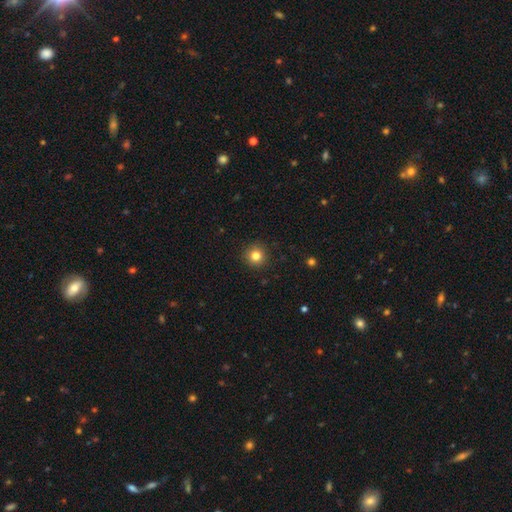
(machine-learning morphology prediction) smooth-or-featured: smooth: 82% | star or artifact: 12% | featured or disk: 6%
  how-rounded: round: 94% | in between: 5% | cigar-shaped: 1%
  merging: none: 92% | minor disturbance: 6% | major disturbance: 2% | merger: 1%